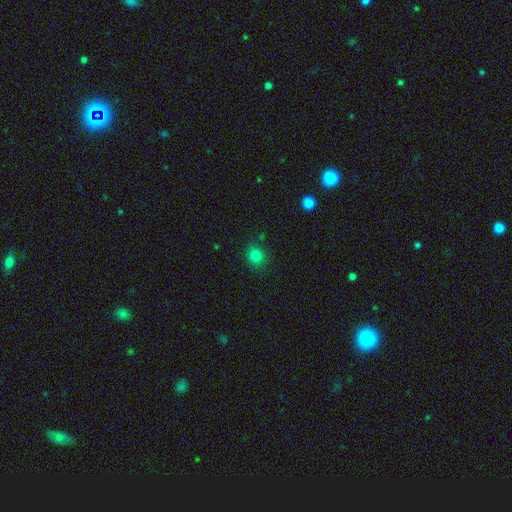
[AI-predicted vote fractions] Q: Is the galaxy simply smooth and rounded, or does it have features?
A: smooth — 81%.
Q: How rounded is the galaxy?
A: round — 84%.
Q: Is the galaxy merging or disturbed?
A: none — 87%.